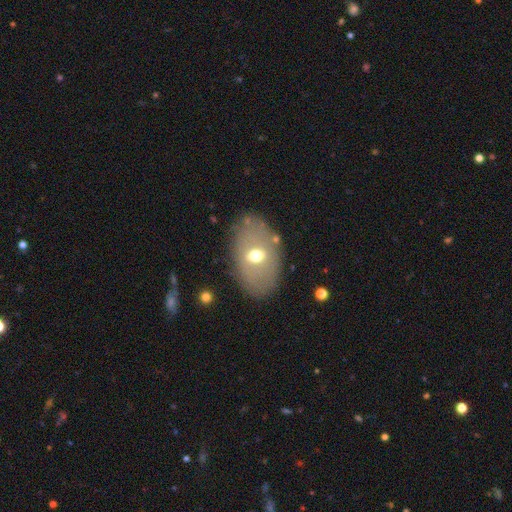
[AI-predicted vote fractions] smooth 49%, featured or disk 42%, star or artifact 9%. Down the decision tree: merging — none (78%).